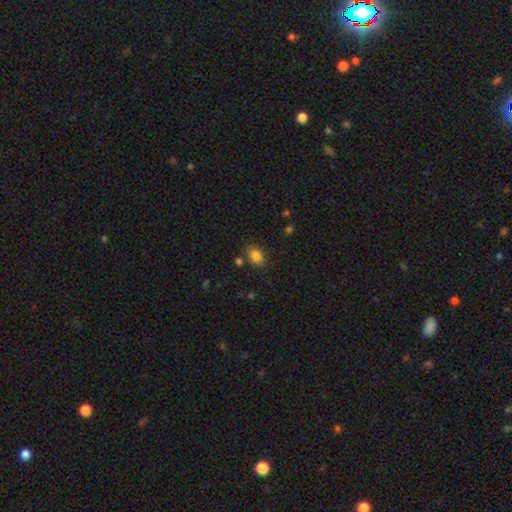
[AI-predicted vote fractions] This appears to be a smooth galaxy with no disk features (84%) that is in between round and cigar-shaped (79%). Merging: none (78%).